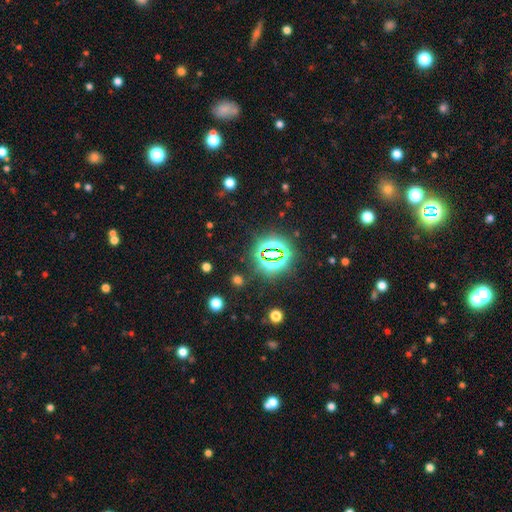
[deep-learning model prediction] Smooth or featured: star or artifact — 78% (smooth — 14%)